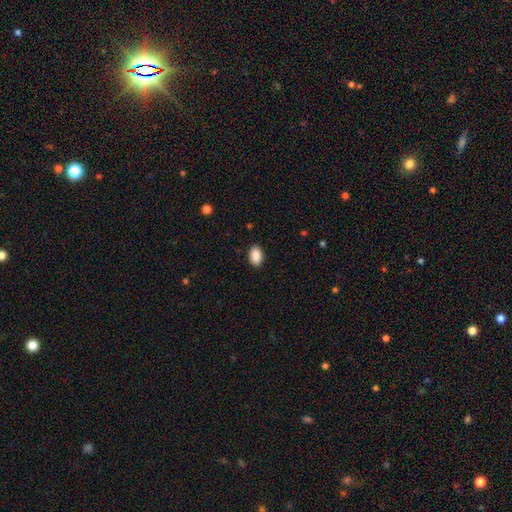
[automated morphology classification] A smooth galaxy with no disk features (90%) that is in between round and cigar-shaped (92%). Merging: none (90%).